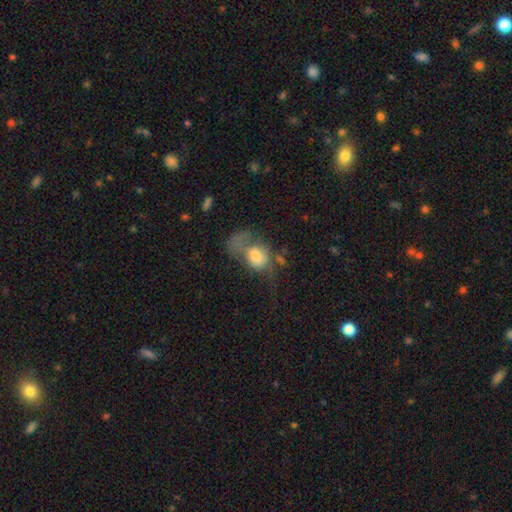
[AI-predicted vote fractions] The model was most divided on "smooth or featured": smooth: 60%, featured or disk: 30%, star or artifact: 10%. More confident: how rounded — in between (67%); merging — major disturbance (55%).